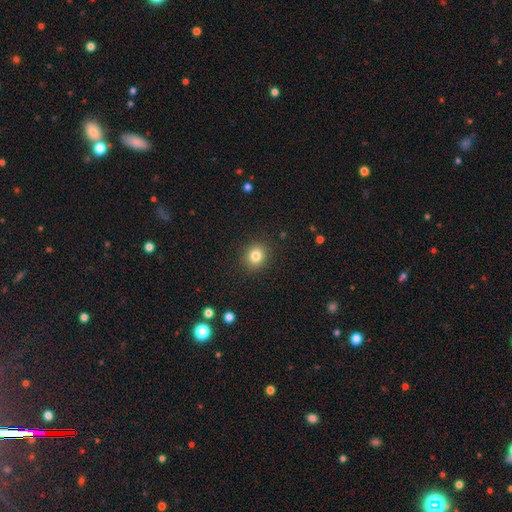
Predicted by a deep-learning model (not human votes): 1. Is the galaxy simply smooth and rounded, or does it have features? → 82% smooth, 12% star or artifact, 6% featured or disk.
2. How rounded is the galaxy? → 80% round, 19% in between, 1% cigar-shaped.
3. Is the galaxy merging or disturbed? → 90% none, 7% minor disturbance, 2% major disturbance, 1% merger.